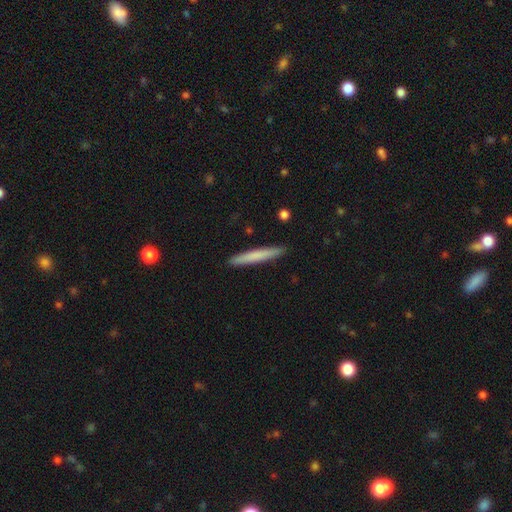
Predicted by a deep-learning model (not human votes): Overall: smooth (72%). How rounded: cigar-shaped (96%). Merging: none (92%).